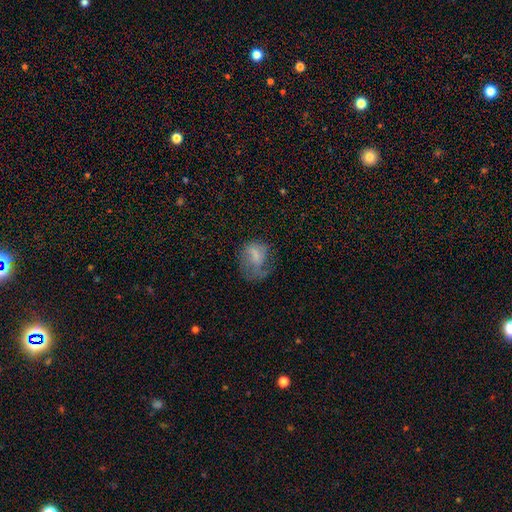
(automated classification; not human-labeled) Q: Smooth or featured?
A: smooth (55%); runner-up: featured or disk (36%)
Q: How rounded?
A: in between (53%); runner-up: round (45%)
Q: Merging?
A: major disturbance (38%); runner-up: none (34%)